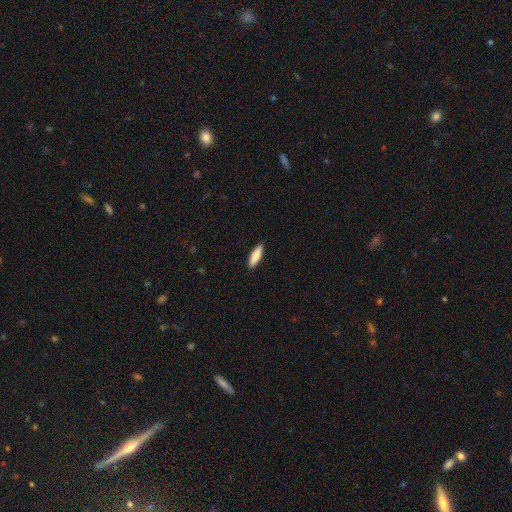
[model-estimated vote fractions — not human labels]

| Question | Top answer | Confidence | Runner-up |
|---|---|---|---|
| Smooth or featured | smooth | 80% | featured or disk (15%) |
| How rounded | cigar-shaped | 64% | in between (34%) |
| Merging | none | 90% | minor disturbance (7%) |